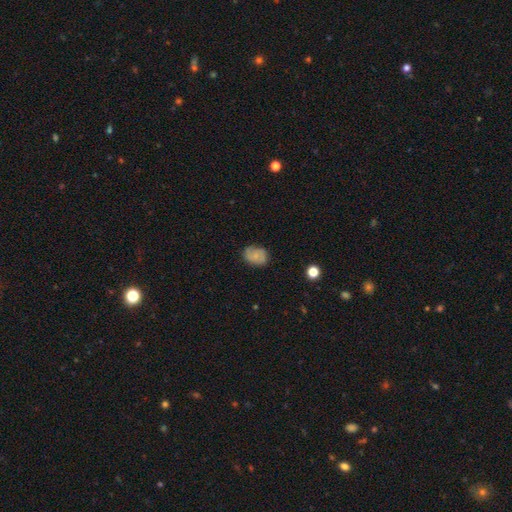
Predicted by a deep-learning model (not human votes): The model was most divided on "how rounded": in between: 62%, round: 37%, cigar-shaped: 1%. More confident: merging — none (73%); smooth or featured — smooth (59%).